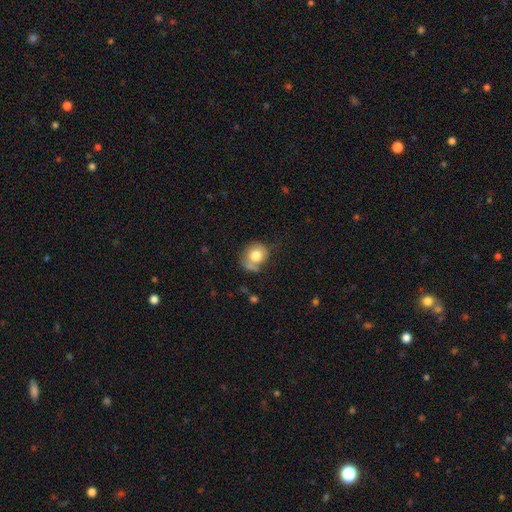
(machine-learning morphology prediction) Overall: smooth (74%). How rounded: round (70%). Merging: none (52%; minor disturbance 28%).